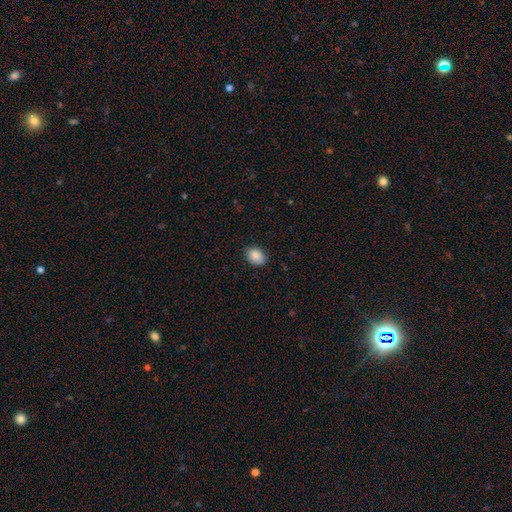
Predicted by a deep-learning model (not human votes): Smooth or featured: smooth — 87% (star or artifact — 8%)
How rounded: in between — 63% (round — 36%)
Merging: none — 82% (minor disturbance — 15%)